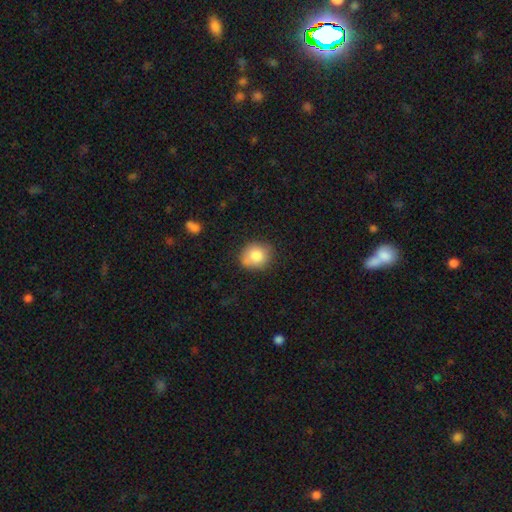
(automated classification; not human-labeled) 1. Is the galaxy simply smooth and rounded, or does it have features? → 81% smooth, 10% featured or disk, 9% star or artifact.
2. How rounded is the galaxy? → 71% round, 28% in between, 1% cigar-shaped.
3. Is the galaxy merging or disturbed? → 71% none, 20% minor disturbance, 5% merger, 4% major disturbance.